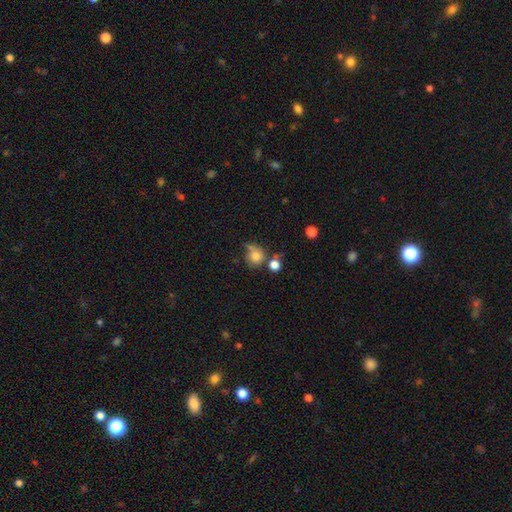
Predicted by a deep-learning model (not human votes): Smooth or featured? Predicted: smooth (p=0.80). How rounded? Predicted: round (p=0.83). Merging? Predicted: none (p=0.48).